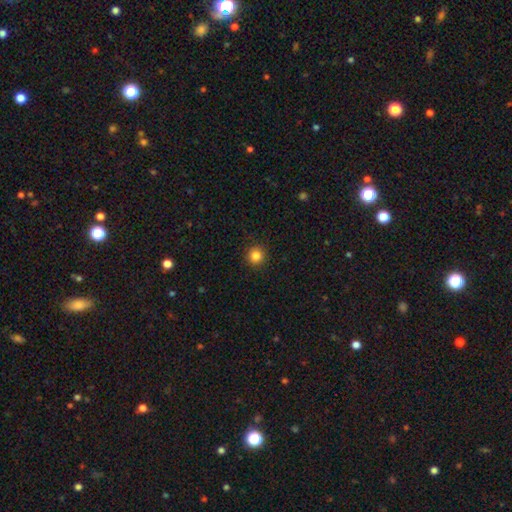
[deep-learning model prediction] Smooth or featured? smooth (84%)
How rounded? round (95%)
Merging? none (92%)